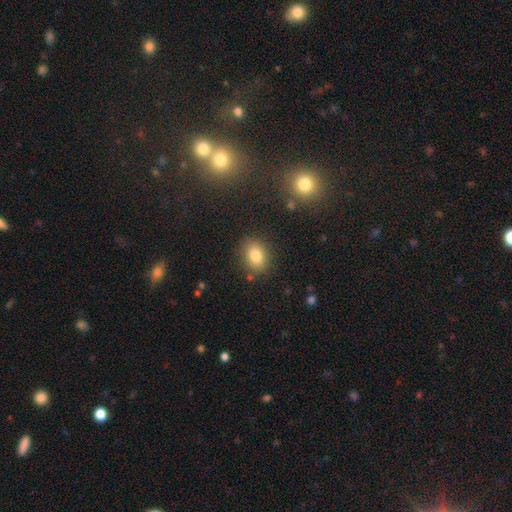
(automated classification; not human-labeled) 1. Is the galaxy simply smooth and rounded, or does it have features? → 81% smooth, 11% star or artifact, 9% featured or disk.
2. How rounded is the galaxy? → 61% in between, 38% round, 1% cigar-shaped.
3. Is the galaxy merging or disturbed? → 84% none, 10% minor disturbance, 3% major disturbance, 3% merger.